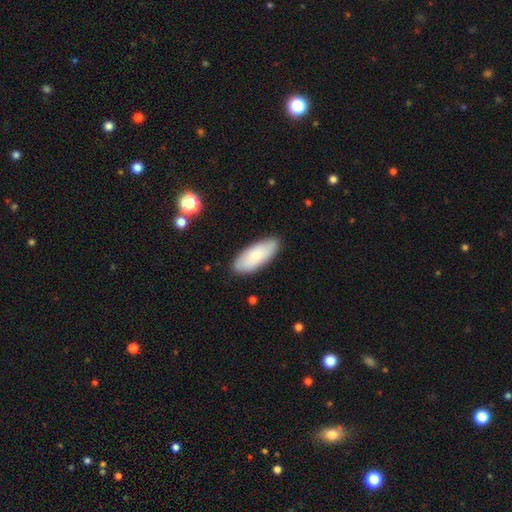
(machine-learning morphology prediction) This is likely a smooth galaxy (80%). How rounded: clearly in between (80%). Merging: clearly none (85%).